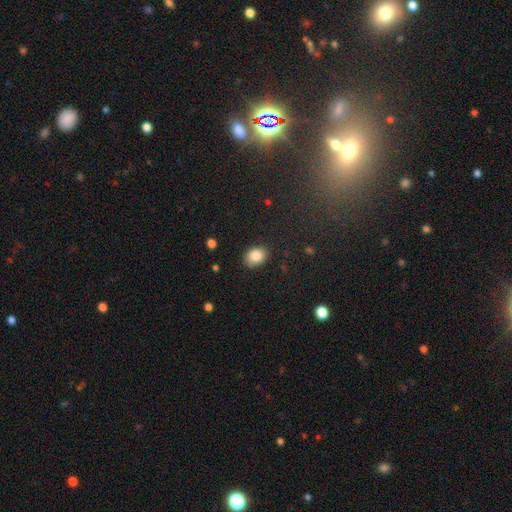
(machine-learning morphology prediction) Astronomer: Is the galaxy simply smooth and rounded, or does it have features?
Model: smooth — 86%.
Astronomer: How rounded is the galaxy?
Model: in between — 60% (runner-up: round, 39%).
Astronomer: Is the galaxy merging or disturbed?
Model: none — 79%.